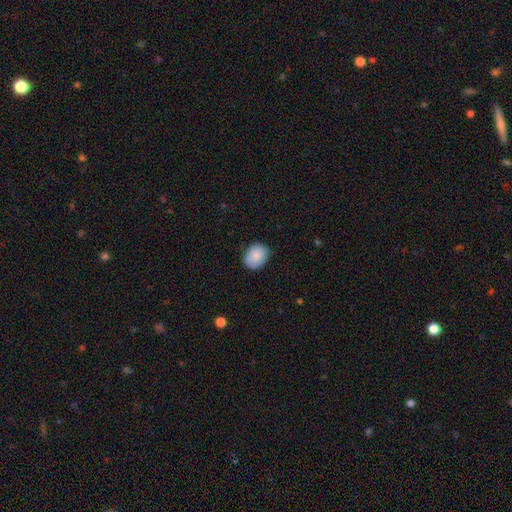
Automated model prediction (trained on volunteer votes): smooth-or-featured: smooth: 88% | star or artifact: 7% | featured or disk: 6%
  how-rounded: in between: 55% | round: 44% | cigar-shaped: 1%
  merging: none: 82% | minor disturbance: 15% | major disturbance: 3% | merger: 1%